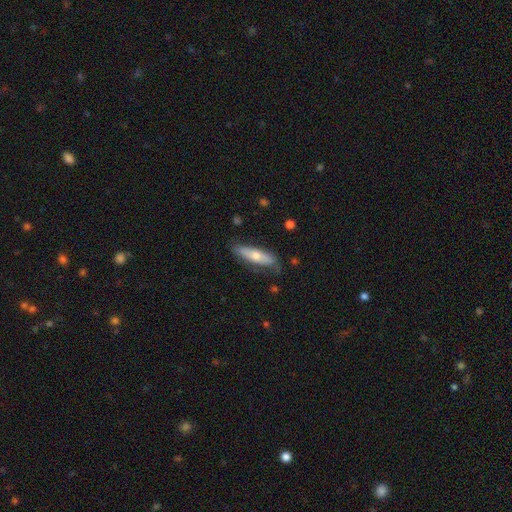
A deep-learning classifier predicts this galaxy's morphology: Smooth or featured?
  - smooth: 58% *
  - featured or disk: 36%
  - star or artifact: 6%
How rounded?
  - cigar-shaped: 64% *
  - in between: 34%
  - round: 2%
Merging?
  - none: 77% *
  - minor disturbance: 18%
  - major disturbance: 4%
  - merger: 2%